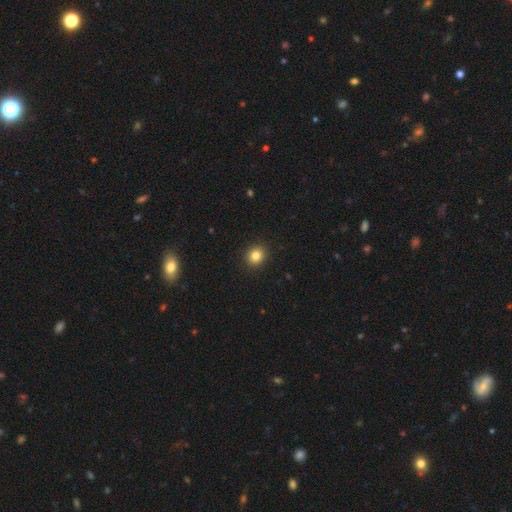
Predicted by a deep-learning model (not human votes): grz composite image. It shows a smooth galaxy with no disk features (84%) that is round (78%). Merging: none (92%).